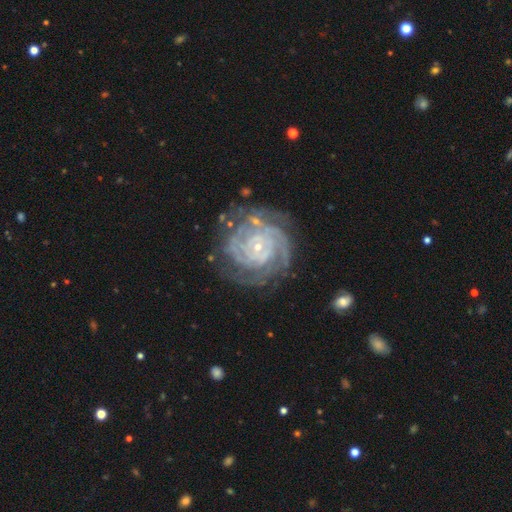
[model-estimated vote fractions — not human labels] This appears to be a featured or disk galaxy (90%) with no bar (71%), tight (81%) spiral arms (97%) and a small central bulge (81%). Merging: none (71%).